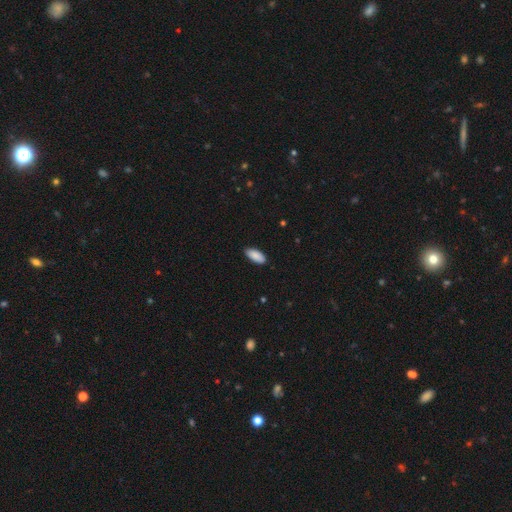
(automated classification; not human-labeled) Smooth or featured?
  - smooth: 89% *
  - star or artifact: 6%
  - featured or disk: 5%
How rounded?
  - in between: 89% *
  - cigar-shaped: 9%
  - round: 2%
Merging?
  - none: 87% *
  - minor disturbance: 10%
  - major disturbance: 2%
  - merger: 1%